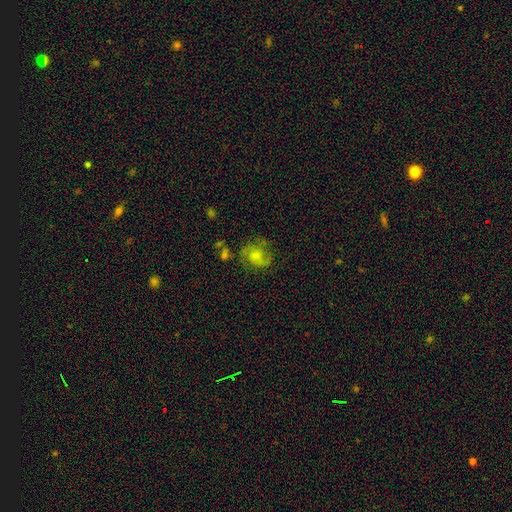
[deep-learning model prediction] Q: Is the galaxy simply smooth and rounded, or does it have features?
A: featured or disk — 57%.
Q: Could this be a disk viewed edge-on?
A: no — 97%.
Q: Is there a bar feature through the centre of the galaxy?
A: no — 66%.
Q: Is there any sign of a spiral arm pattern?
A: yes — 87%.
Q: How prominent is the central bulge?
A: moderate — 41%.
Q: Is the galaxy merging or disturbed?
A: none — 66%.